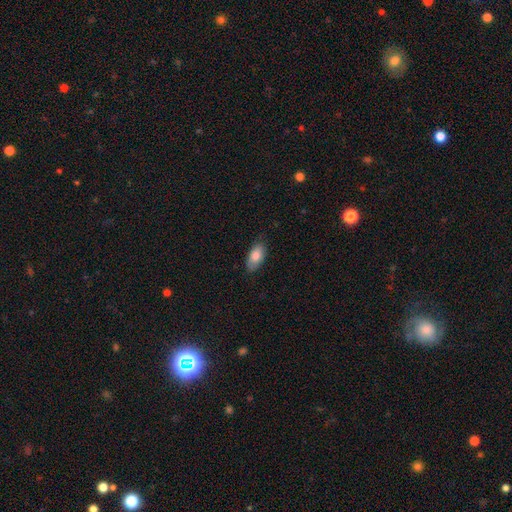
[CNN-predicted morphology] Smooth or featured: smooth — 81% (featured or disk — 13%)
How rounded: in between — 91% (cigar-shaped — 6%)
Merging: none — 80% (minor disturbance — 16%)